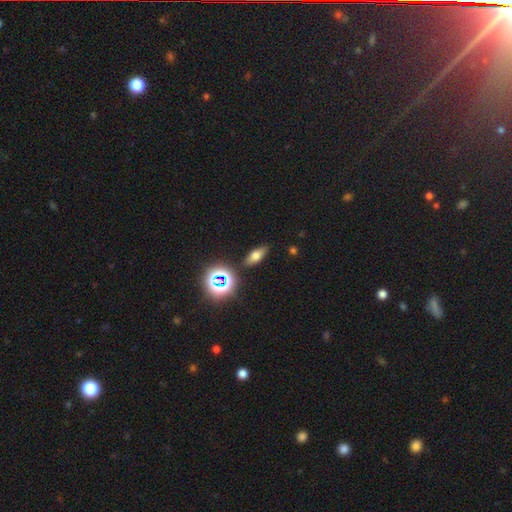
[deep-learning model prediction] Smooth or featured? smooth (58%)
How rounded? in between (63%)
Merging? none (86%)